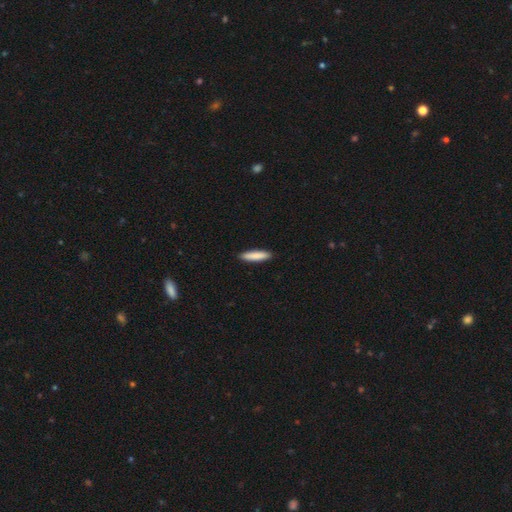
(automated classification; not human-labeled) Morphology: type=smooth (86%); roundness=cigar-shaped (82%); merging=none (91%).